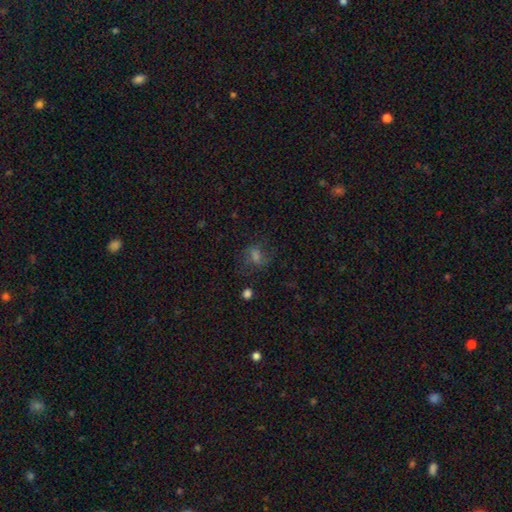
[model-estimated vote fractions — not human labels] This is marginally a smooth galaxy (44%). Merging: likely none (65%).